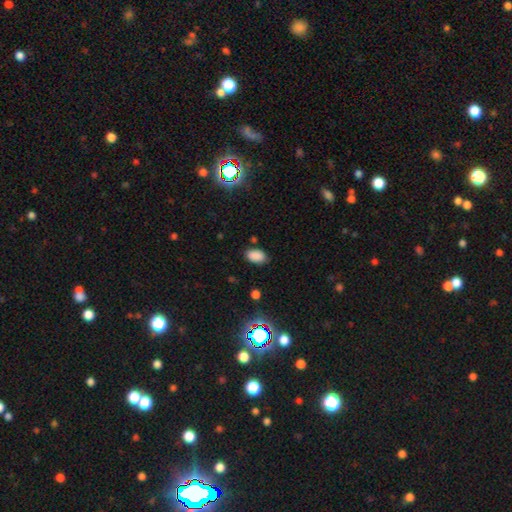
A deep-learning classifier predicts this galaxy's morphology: This appears to be a smooth galaxy with no disk features (84%) that is in between round and cigar-shaped (90%). Merging: none (82%).